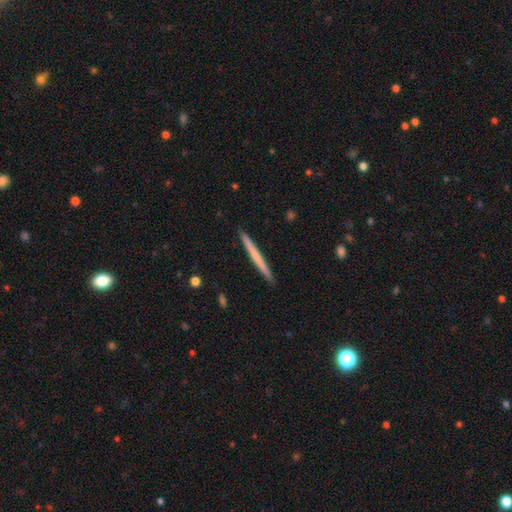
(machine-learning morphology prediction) A smooth galaxy with no disk features (53%) that is cigar-shaped (97%).

Vote fractions:
- Smooth or featured? smooth: 53% / featured or disk: 42% / star or artifact: 5%
- How rounded? cigar-shaped: 97% / in between: 2% / round: 1%
- Merging? none: 93% / minor disturbance: 5% / major disturbance: 1% / merger: 1%